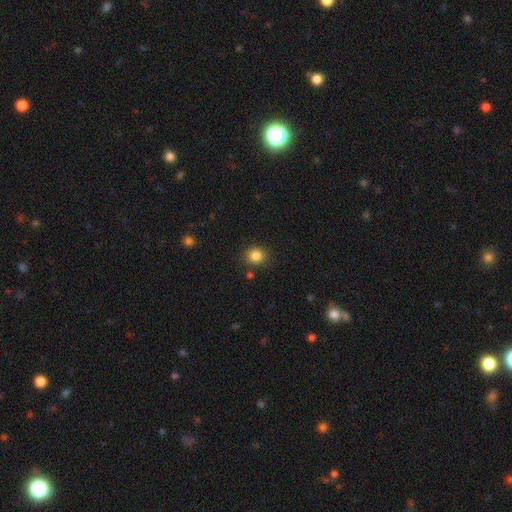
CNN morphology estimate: A smooth galaxy with no disk features (85%) that is round (79%).

Vote fractions:
- Smooth or featured? smooth: 85% / star or artifact: 11% / featured or disk: 4%
- How rounded? round: 79% / in between: 20% / cigar-shaped: 1%
- Merging? none: 86% / minor disturbance: 9% / merger: 3% / major disturbance: 3%